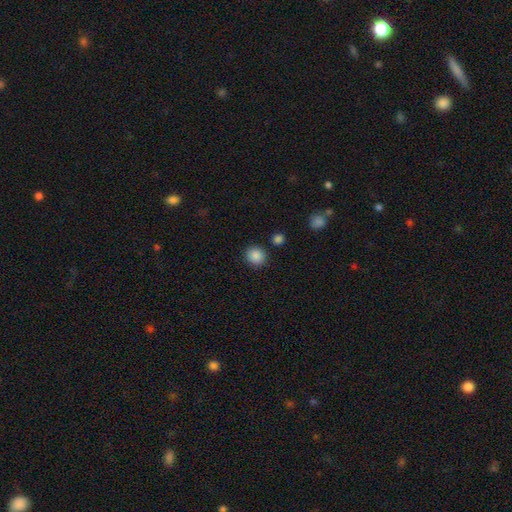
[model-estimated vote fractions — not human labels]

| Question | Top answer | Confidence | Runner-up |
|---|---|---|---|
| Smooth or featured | smooth | 87% | star or artifact (9%) |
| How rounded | round | 86% | in between (13%) |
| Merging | none | 87% | minor disturbance (7%) |